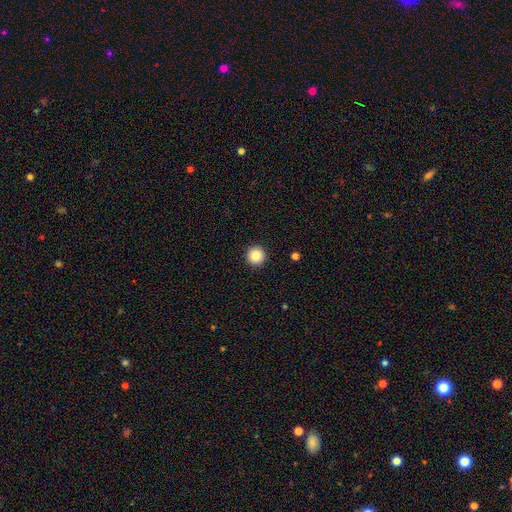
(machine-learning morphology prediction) Smooth or featured? smooth (85%)
How rounded? round (97%)
Merging? none (94%)